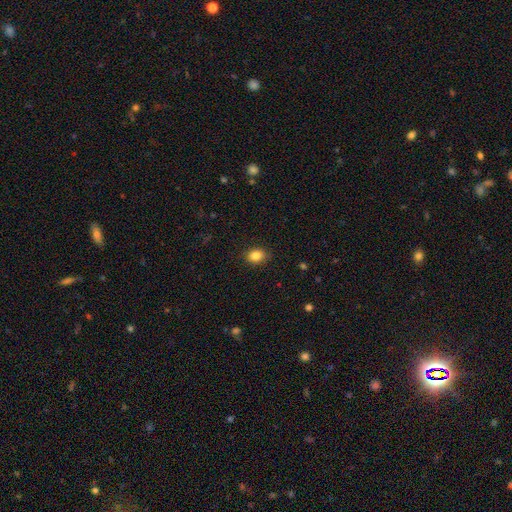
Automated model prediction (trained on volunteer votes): Smooth or featured?
  - smooth: 86% *
  - star or artifact: 10%
  - featured or disk: 5%
How rounded?
  - in between: 59% *
  - round: 40%
  - cigar-shaped: 1%
Merging?
  - none: 87% *
  - minor disturbance: 10%
  - major disturbance: 2%
  - merger: 1%